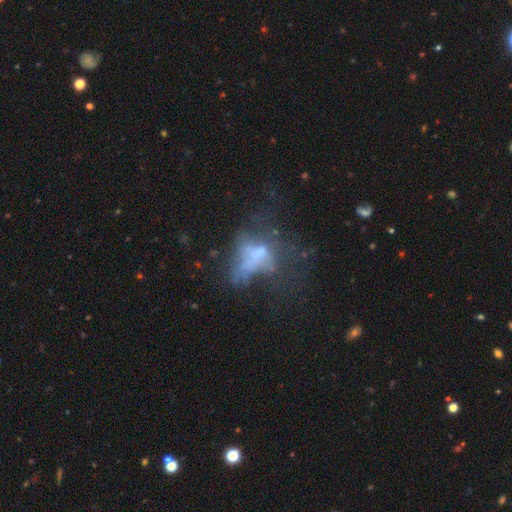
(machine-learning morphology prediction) smooth-or-featured: featured or disk: 46% | smooth: 35% | star or artifact: 20%
  merging: major disturbance: 46% | none: 22% | merger: 17% | minor disturbance: 14%